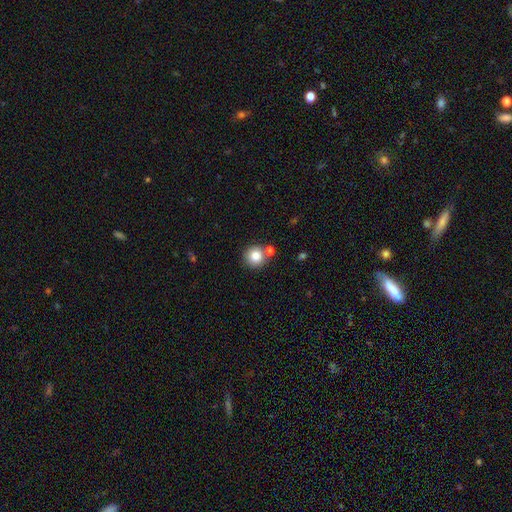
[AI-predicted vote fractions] Morphology: type=smooth (82%); roundness=round (92%); merging=none (74%).